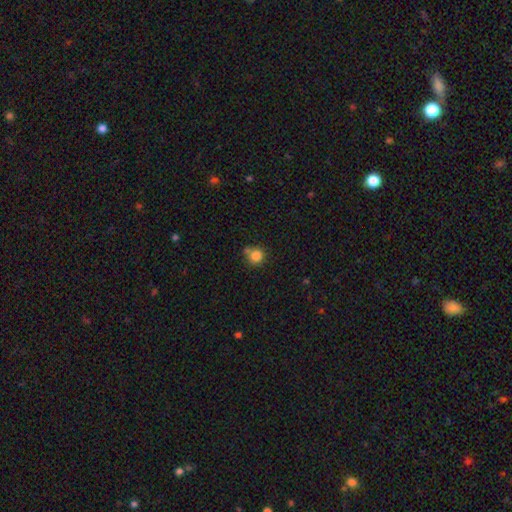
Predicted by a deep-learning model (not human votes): Overall: smooth (83%). How rounded: round (92%). Merging: none (68%).